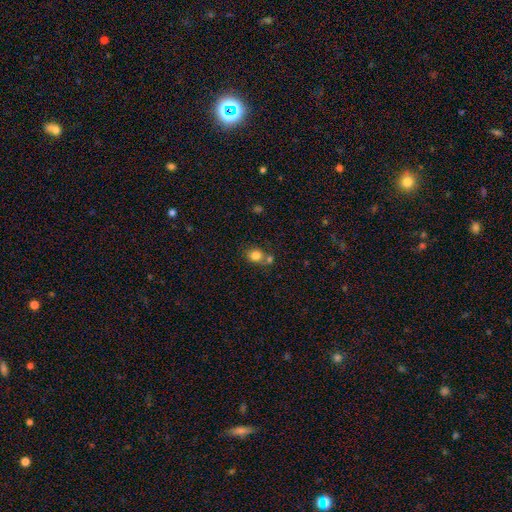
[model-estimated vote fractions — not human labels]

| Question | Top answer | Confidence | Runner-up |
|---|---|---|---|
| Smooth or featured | smooth | 81% | star or artifact (11%) |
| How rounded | round | 70% | in between (29%) |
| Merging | none | 56% | merger (28%) |